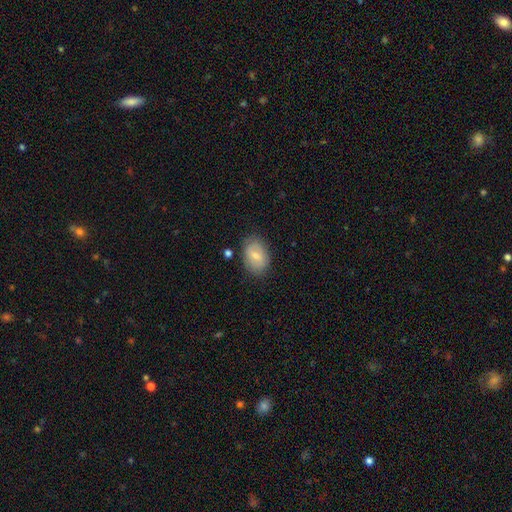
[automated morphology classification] Smooth or featured? smooth (64%)
How rounded? in between (83%)
Merging? none (79%)